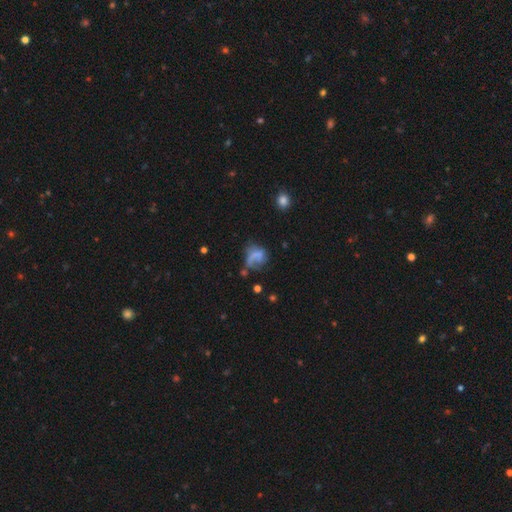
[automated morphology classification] Smooth or featured?
  - smooth: 50% *
  - featured or disk: 35%
  - star or artifact: 15%
Merging?
  - major disturbance: 36% *
  - none: 30%
  - minor disturbance: 23%
  - merger: 11%